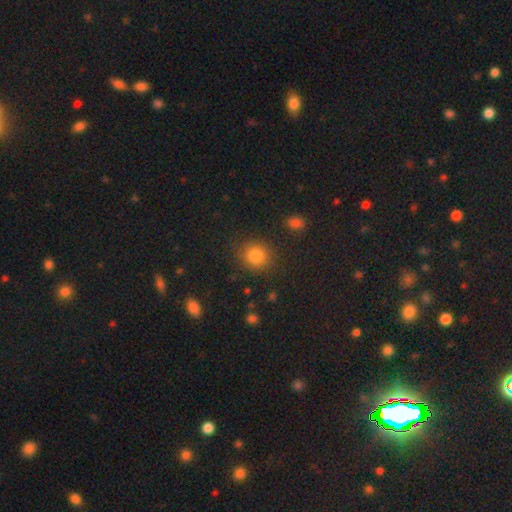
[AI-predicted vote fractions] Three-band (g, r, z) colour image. It shows a smooth galaxy with no disk features (82%) that is round (85%). Merging: none (87%).